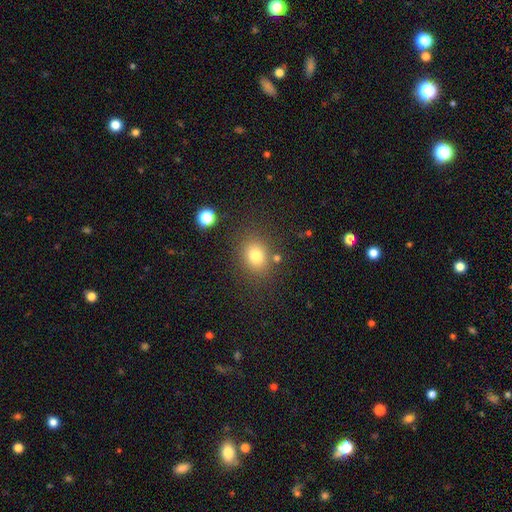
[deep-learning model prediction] smooth_or_featured: smooth (p=0.79) [alt: star or artifact p=0.13]
how_rounded: round (p=0.60) [alt: in between p=0.39]
merging: none (p=0.79) [alt: minor disturbance p=0.11]